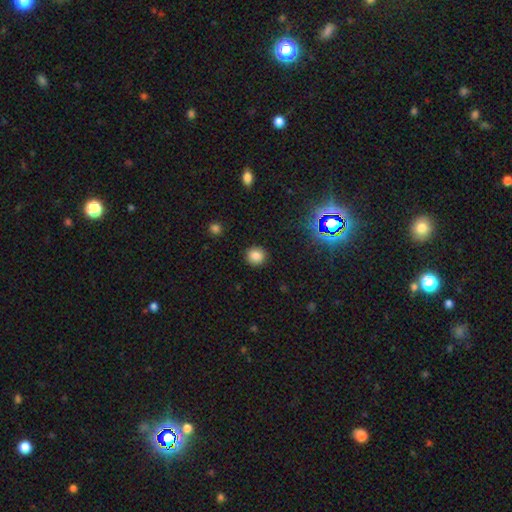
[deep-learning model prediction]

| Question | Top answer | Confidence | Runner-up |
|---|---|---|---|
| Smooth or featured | smooth | 81% | star or artifact (14%) |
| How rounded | round | 90% | in between (9%) |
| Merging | none | 91% | minor disturbance (6%) |